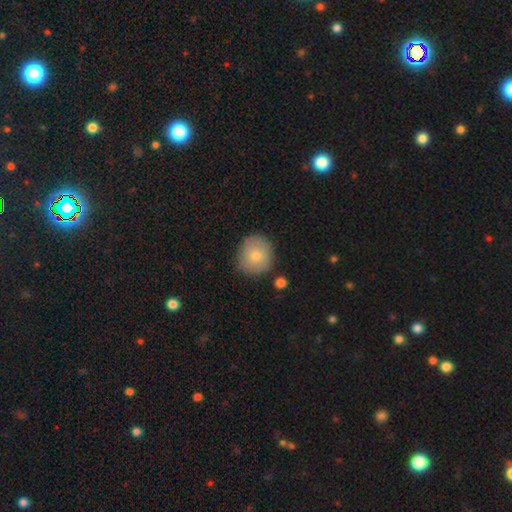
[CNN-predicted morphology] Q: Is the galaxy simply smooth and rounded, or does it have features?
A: smooth — 74%.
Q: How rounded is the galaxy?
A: round — 86%.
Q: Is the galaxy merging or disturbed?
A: none — 78%.